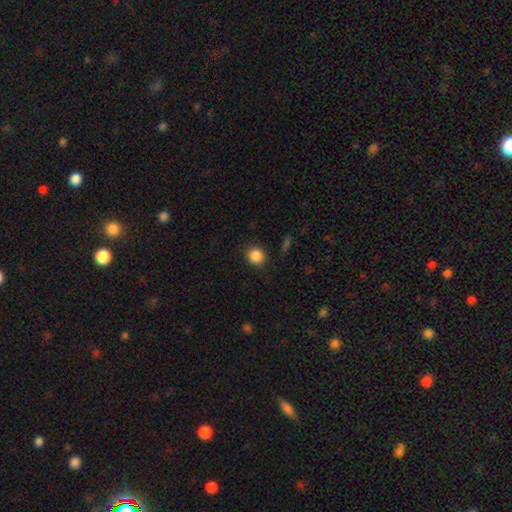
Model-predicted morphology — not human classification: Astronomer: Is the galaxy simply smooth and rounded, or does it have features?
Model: smooth — 86%.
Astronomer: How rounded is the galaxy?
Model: round — 85%.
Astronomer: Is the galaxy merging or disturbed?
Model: none — 89%.